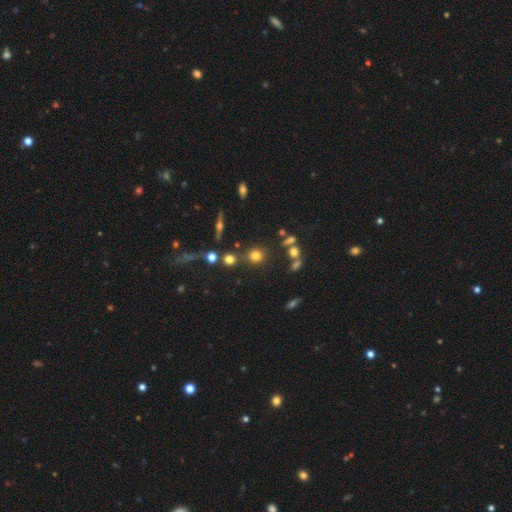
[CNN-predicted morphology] type=smooth (74%); roundness=round (87%); merging=none (76%).